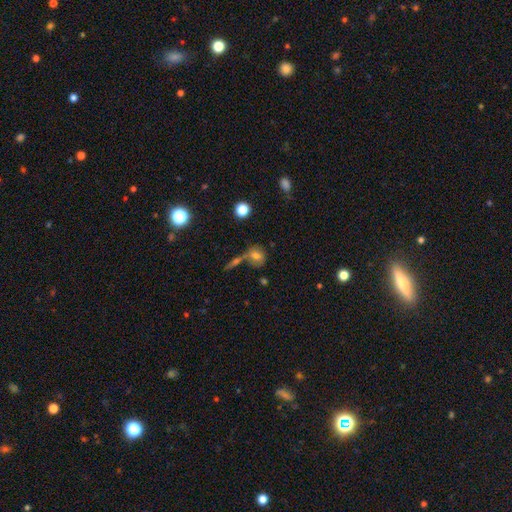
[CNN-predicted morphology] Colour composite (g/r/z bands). It shows a smooth galaxy with no disk features (69%) that is round (63%). Merging: none (56%).